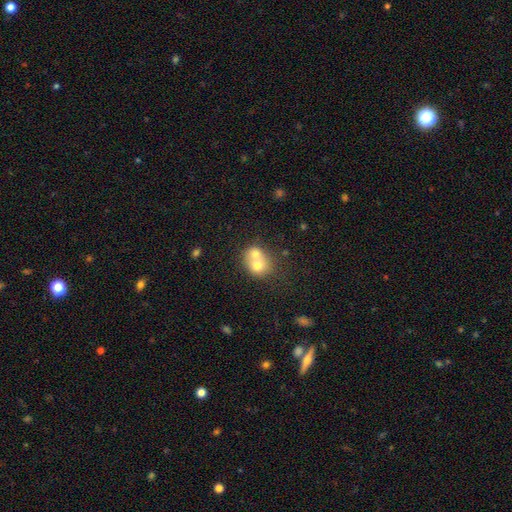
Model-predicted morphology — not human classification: Overall: smooth (65%). How rounded: round (68%; in between 31%). Merging: merger (68%).